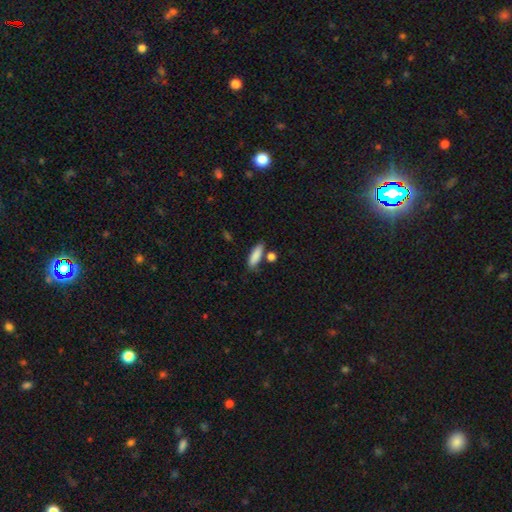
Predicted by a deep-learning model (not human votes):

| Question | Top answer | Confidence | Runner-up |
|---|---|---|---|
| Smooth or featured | smooth | 87% | star or artifact (7%) |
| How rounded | in between | 60% | cigar-shaped (37%) |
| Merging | none | 68% | minor disturbance (16%) |